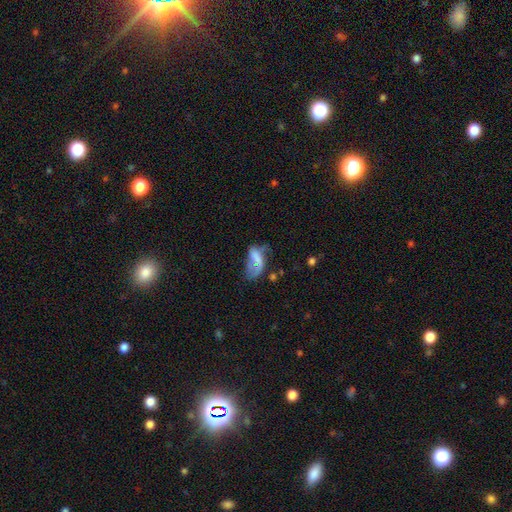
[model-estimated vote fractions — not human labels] Overall: featured or disk (42%; smooth 40%). Merging: none (35%; major disturbance 32%).